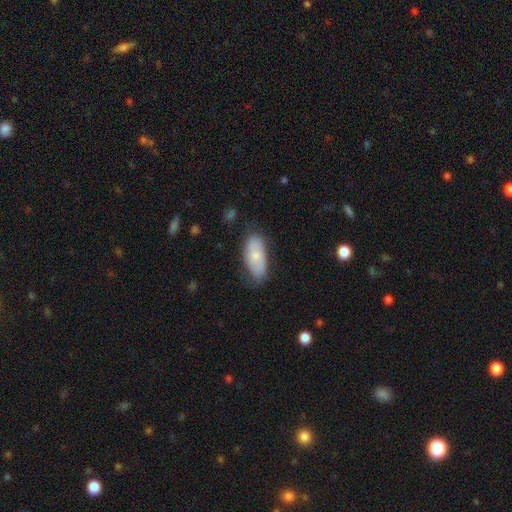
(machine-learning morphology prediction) Smooth or featured?
  - smooth: 71% *
  - featured or disk: 22%
  - star or artifact: 6%
How rounded?
  - in between: 89% *
  - cigar-shaped: 9%
  - round: 2%
Merging?
  - none: 69% *
  - minor disturbance: 24%
  - major disturbance: 5%
  - merger: 2%